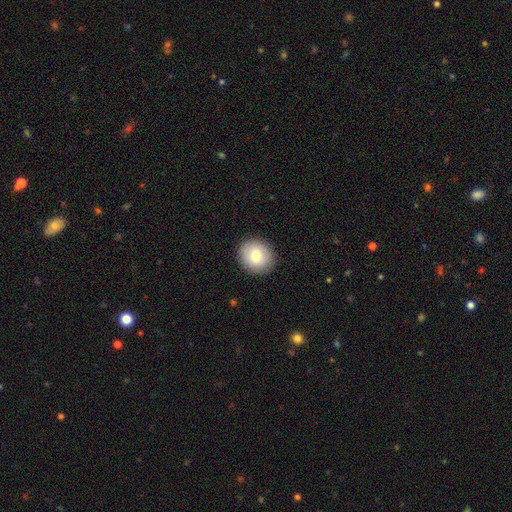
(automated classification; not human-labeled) smooth-or-featured: smooth: 80% | featured or disk: 13% | star or artifact: 8%
  how-rounded: round: 84% | in between: 15% | cigar-shaped: 1%
  merging: none: 90% | minor disturbance: 7% | major disturbance: 2% | merger: 1%